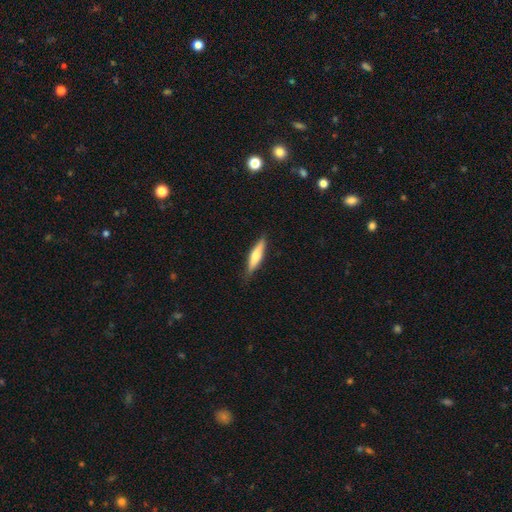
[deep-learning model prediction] Smooth or featured?
  - smooth: 61% *
  - featured or disk: 33%
  - star or artifact: 6%
How rounded?
  - cigar-shaped: 80% *
  - in between: 18%
  - round: 2%
Merging?
  - none: 85% *
  - minor disturbance: 12%
  - major disturbance: 2%
  - merger: 1%